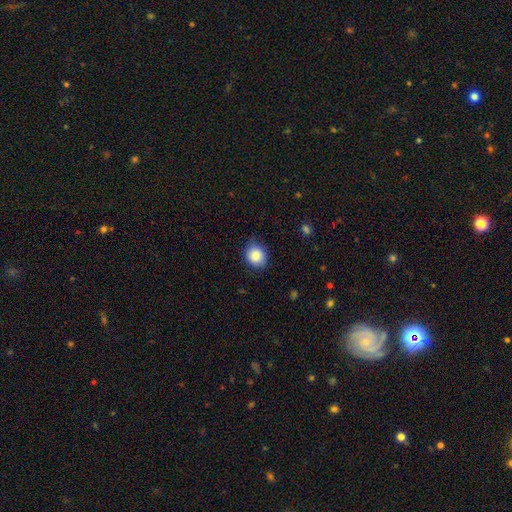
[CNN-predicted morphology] This appears to be a smooth galaxy with no disk features (86%) that is round (64%). Merging: none (76%).